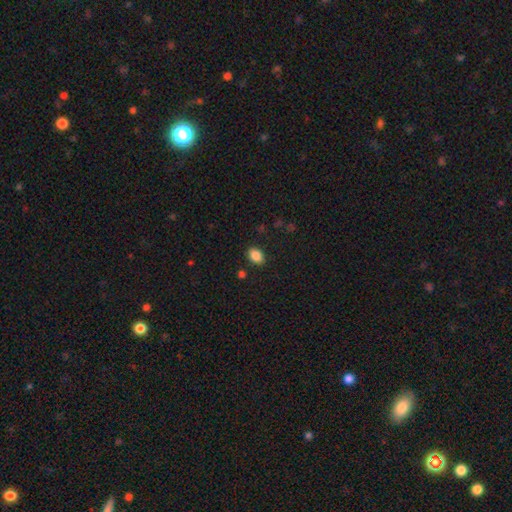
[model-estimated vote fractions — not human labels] A smooth galaxy with no disk features (87%) that is in between round and cigar-shaped (79%). Merging: none (86%).